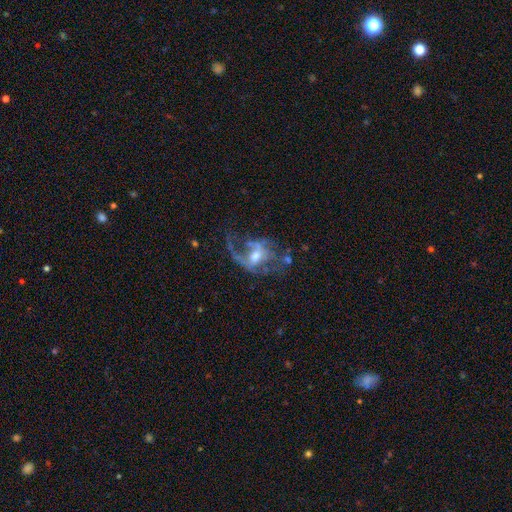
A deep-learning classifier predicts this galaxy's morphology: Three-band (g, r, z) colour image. It shows a featured or disk galaxy (74%) with no bar (54%), spiral arms (65%) and a moderate central bulge (63%). Merging: major disturbance (45%).